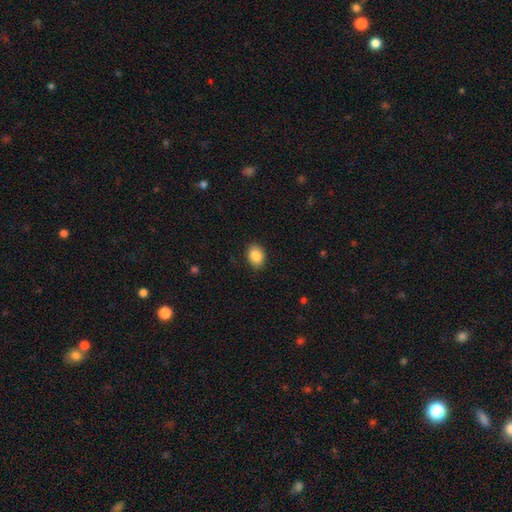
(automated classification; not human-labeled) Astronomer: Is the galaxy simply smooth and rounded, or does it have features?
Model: smooth — 87%.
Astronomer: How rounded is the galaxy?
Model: in between — 69%.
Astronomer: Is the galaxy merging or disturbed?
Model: none — 88%.